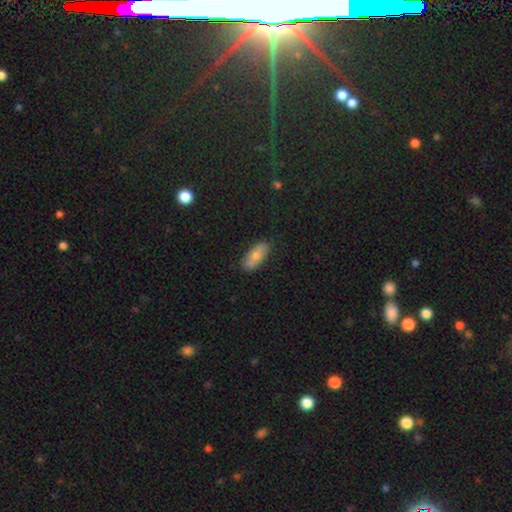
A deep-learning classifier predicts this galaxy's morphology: Smooth or featured? Predicted: smooth (p=0.72). How rounded? Predicted: in between (p=0.82). Merging? Predicted: none (p=0.80).